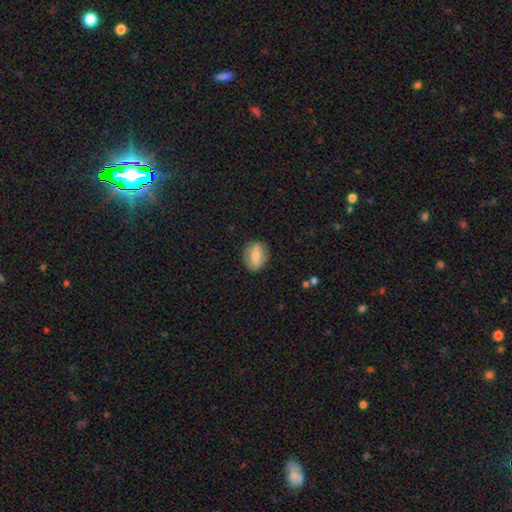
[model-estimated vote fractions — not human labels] Smooth or featured? Predicted: smooth (p=0.59). How rounded? Predicted: in between (p=0.53). Merging? Predicted: none (p=0.85).